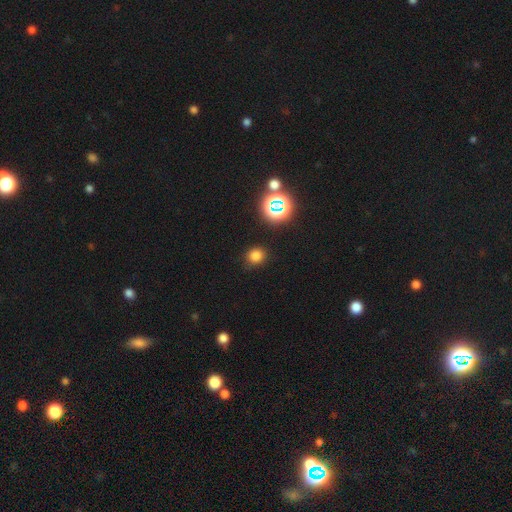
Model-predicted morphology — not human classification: smooth_or_featured: smooth (p=0.75) [alt: star or artifact p=0.20]
how_rounded: round (p=0.82) [alt: in between p=0.17]
merging: none (p=0.88) [alt: minor disturbance p=0.08]